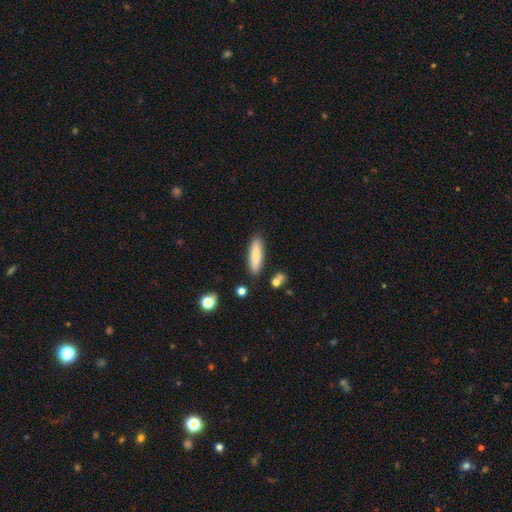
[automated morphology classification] The model was most divided on "how rounded": cigar-shaped: 66%, in between: 32%, round: 2%. More confident: merging — none (87%); smooth or featured — smooth (83%).